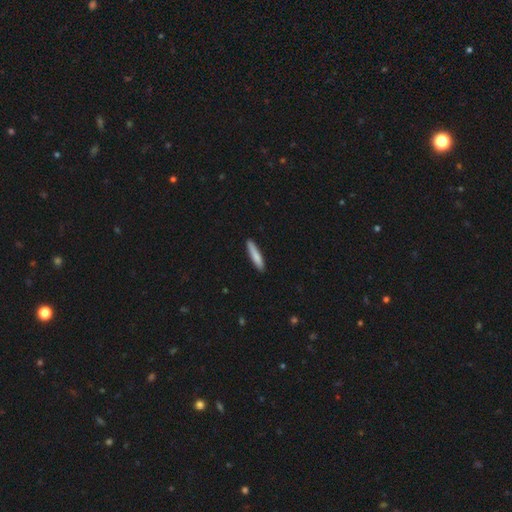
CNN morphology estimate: Smooth or featured? Predicted: smooth (p=0.81). How rounded? Predicted: cigar-shaped (p=0.89). Merging? Predicted: none (p=0.90).